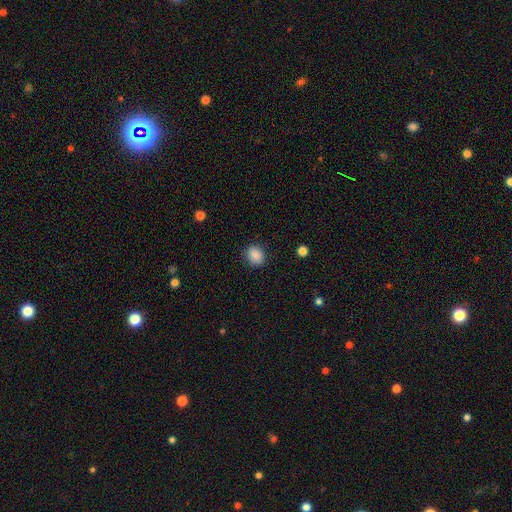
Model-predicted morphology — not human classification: A smooth galaxy with no disk features (87%) that is round (58%).

Vote fractions:
- Smooth or featured? smooth: 87% / star or artifact: 9% / featured or disk: 4%
- How rounded? round: 58% / in between: 41% / cigar-shaped: 1%
- Merging? none: 87% / minor disturbance: 10% / major disturbance: 3% / merger: 1%